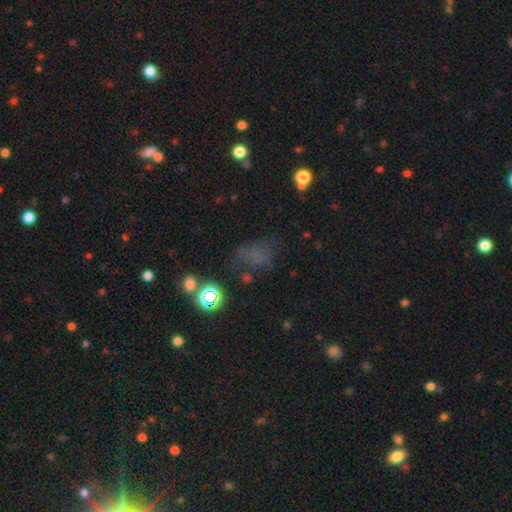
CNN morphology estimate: Smooth or featured?
  - smooth: 51% *
  - star or artifact: 33%
  - featured or disk: 16%
How rounded?
  - in between: 62% *
  - round: 35%
  - cigar-shaped: 3%
Merging?
  - none: 50% *
  - minor disturbance: 22%
  - major disturbance: 21%
  - merger: 6%